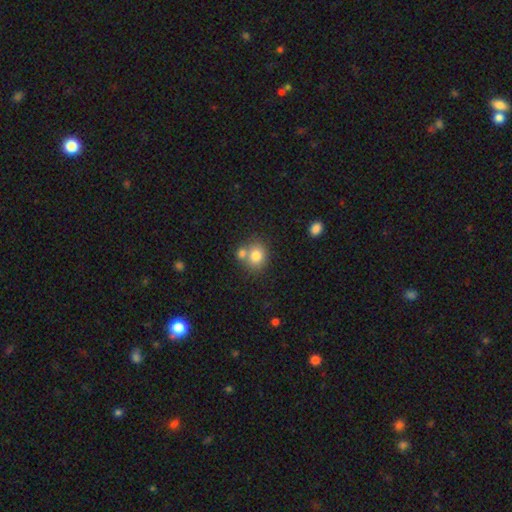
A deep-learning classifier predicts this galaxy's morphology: A smooth galaxy with no disk features (80%) that is round (71%).

Vote fractions:
- Smooth or featured? smooth: 80% / featured or disk: 10% / star or artifact: 10%
- How rounded? round: 71% / in between: 28% / cigar-shaped: 1%
- Merging? none: 50% / merger: 36% / minor disturbance: 10% / major disturbance: 3%